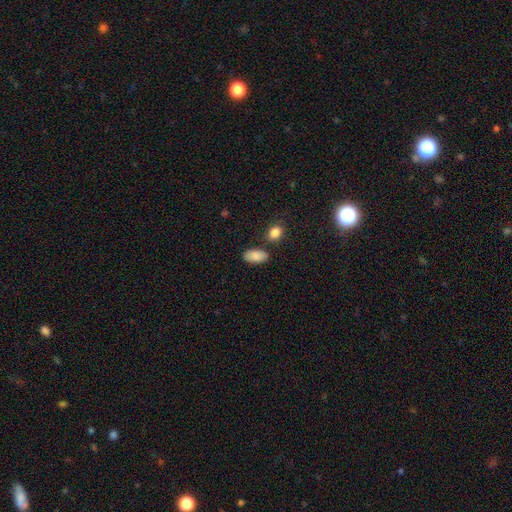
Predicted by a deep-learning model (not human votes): This is clearly a smooth galaxy (85%). How rounded: clearly in between (93%). Merging: likely none (76%).